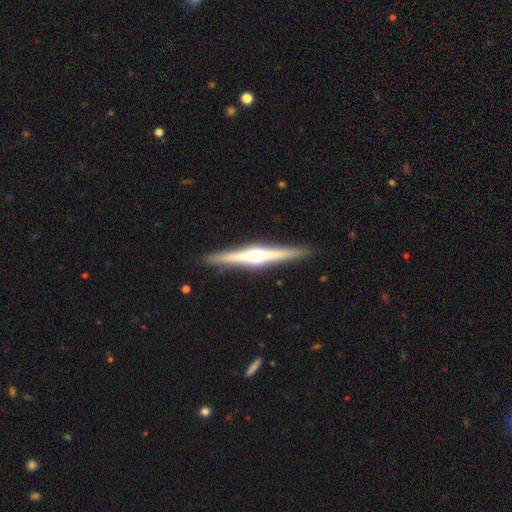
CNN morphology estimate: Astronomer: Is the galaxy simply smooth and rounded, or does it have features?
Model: featured or disk — 81%.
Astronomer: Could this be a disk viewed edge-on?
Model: yes — 98%.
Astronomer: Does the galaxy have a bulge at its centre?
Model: rounded — 94%.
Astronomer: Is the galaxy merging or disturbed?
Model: none — 92%.